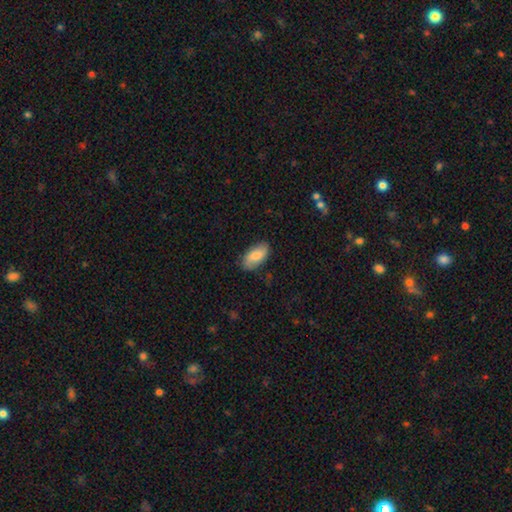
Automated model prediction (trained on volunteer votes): Overall: smooth (83%). How rounded: in between (94%). Merging: none (80%).